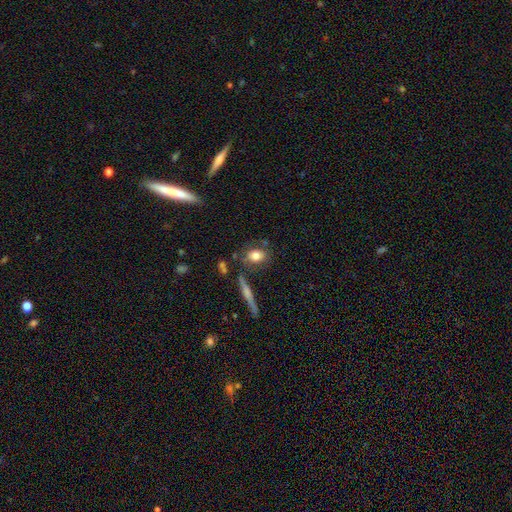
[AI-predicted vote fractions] This is likely a smooth galaxy (77%). How rounded: likely in between (64%). Merging: likely none (71%).